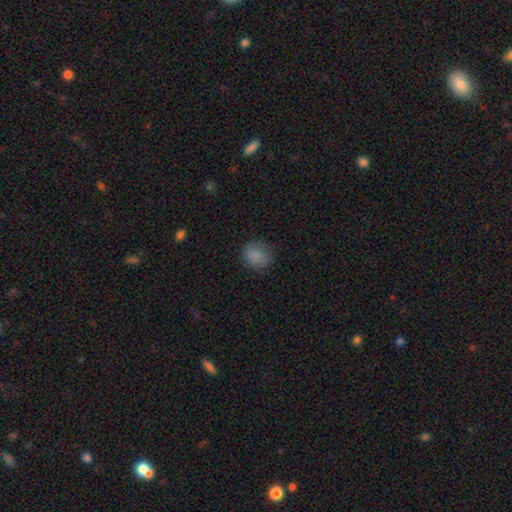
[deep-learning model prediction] smooth 85%, star or artifact 10%, featured or disk 5%. Down the decision tree: how rounded — round (75%); merging — none (81%).